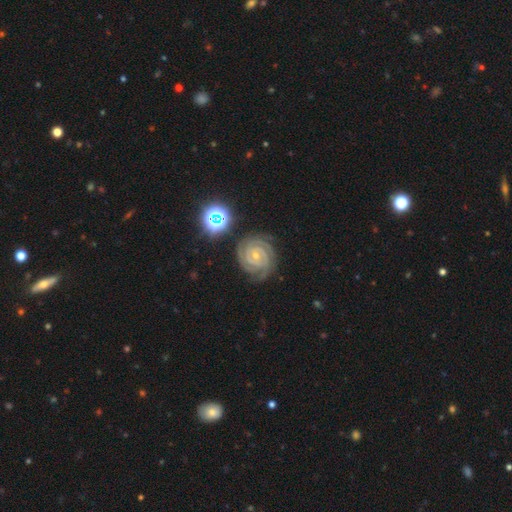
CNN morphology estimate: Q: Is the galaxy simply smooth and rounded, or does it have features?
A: featured or disk — 89%.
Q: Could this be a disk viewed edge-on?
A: no — 98%.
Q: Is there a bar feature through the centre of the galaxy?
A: no — 59%.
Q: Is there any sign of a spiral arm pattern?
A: yes — 99%.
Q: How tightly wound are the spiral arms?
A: tight — 85%.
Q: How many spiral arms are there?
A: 2 — 38%.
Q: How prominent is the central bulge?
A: small — 74%.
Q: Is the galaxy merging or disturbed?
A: none — 78%.